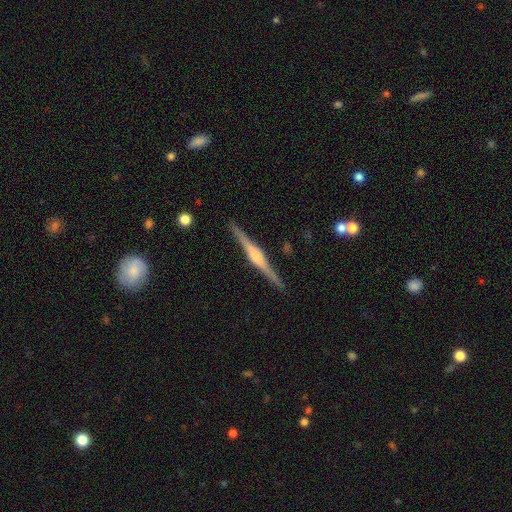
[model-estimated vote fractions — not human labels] Smooth or featured? Predicted: featured or disk (p=0.83). Edge-on disk? Predicted: yes (p=0.98). Edge-on bulge? Predicted: rounded (p=0.69). Merging? Predicted: none (p=0.91).